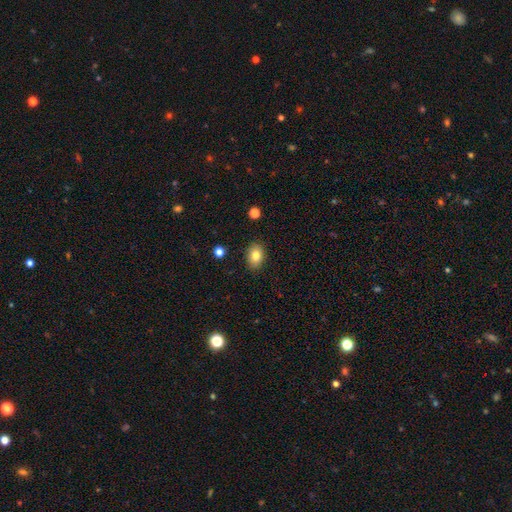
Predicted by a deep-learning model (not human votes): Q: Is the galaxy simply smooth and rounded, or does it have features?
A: smooth — 83%.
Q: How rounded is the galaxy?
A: in between — 80%.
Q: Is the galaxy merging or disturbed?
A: none — 88%.